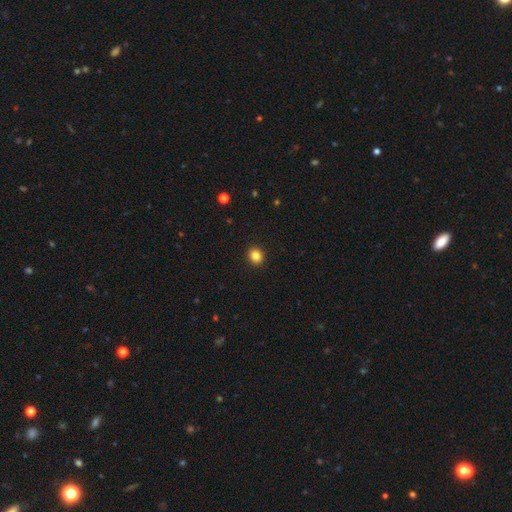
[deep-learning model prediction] Smooth or featured? smooth (85%)
How rounded? round (72%)
Merging? none (93%)